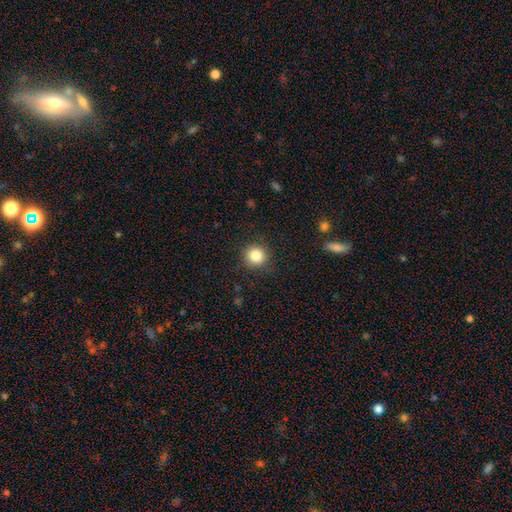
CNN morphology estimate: A smooth galaxy with no disk features (85%) that is round (93%).

Vote fractions:
- Smooth or featured? smooth: 85% / star or artifact: 10% / featured or disk: 5%
- How rounded? round: 93% / in between: 6% / cigar-shaped: 1%
- Merging? none: 89% / minor disturbance: 8% / major disturbance: 3% / merger: 1%